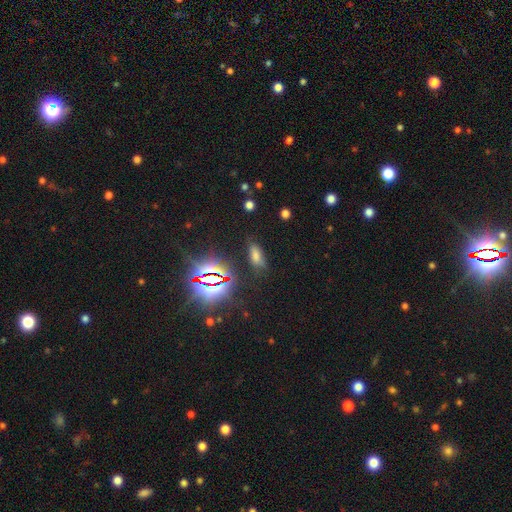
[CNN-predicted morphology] Q: Smooth or featured?
A: smooth (51%); runner-up: star or artifact (38%)
Q: How rounded?
A: in between (77%); runner-up: cigar-shaped (17%)
Q: Merging?
A: none (77%); runner-up: minor disturbance (15%)